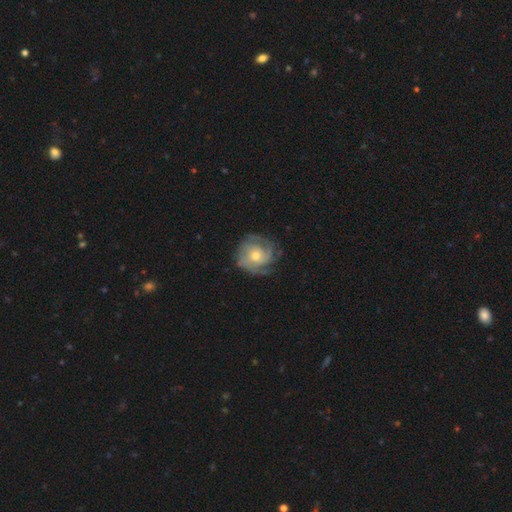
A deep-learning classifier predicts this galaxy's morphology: smooth-or-featured: featured or disk: 76% | smooth: 19% | star or artifact: 6%
  disk-edge-on: no: 98% | yes: 2%
    bar: no: 78% | weak: 19% | strong: 3%
    has-spiral-arms: yes: 91% | no: 9%
      spiral-winding: tight: 61% | medium: 29% | loose: 10%
      spiral-arm-count: can't tell: 33% | 3: 26% | 2: 20% | 4: 9% | 1: 6% | more than 4: 5%
    bulge-size: moderate: 57% | small: 37% | large: 4% | none: 1% | dominant: 1%
  merging: none: 70% | minor disturbance: 19% | major disturbance: 9% | merger: 1%